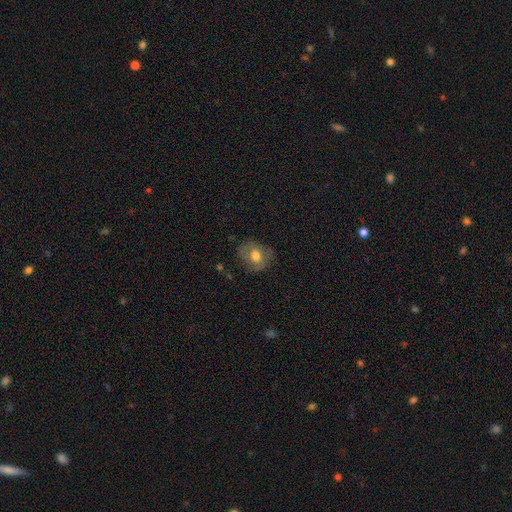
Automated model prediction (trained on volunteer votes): Morphology: type=smooth (61%); roundness=round (55%); merging=none (71%).